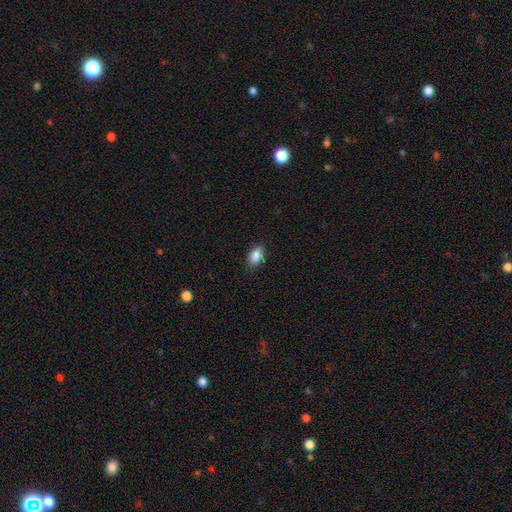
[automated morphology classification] Overall: smooth (87%). How rounded: in between (88%). Merging: none (78%).